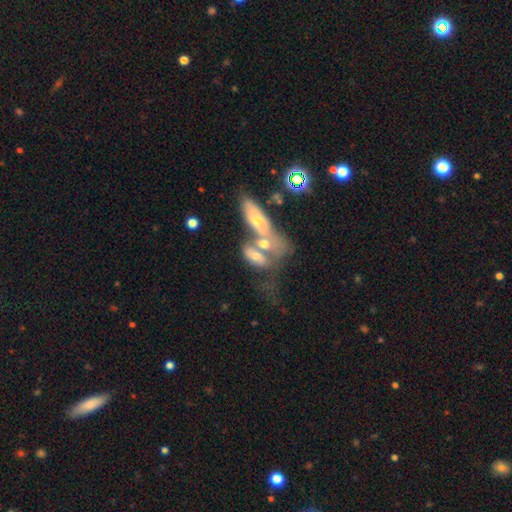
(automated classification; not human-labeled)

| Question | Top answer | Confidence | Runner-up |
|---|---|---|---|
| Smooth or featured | smooth | 52% | featured or disk (40%) |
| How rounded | in between | 76% | cigar-shaped (18%) |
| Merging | merger | 64% | none (18%) |